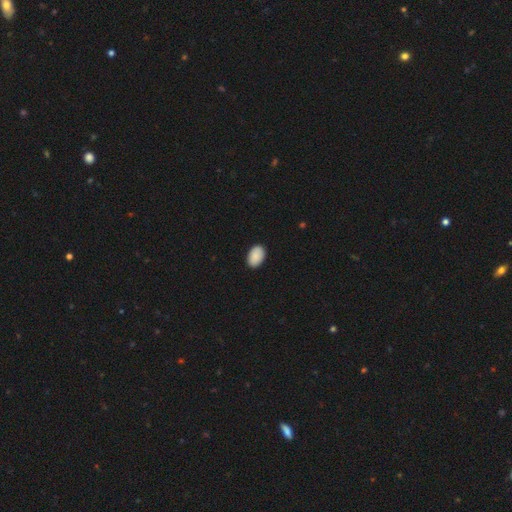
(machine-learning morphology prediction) Smooth or featured? Predicted: smooth (p=0.90). How rounded? Predicted: in between (p=0.91). Merging? Predicted: none (p=0.89).